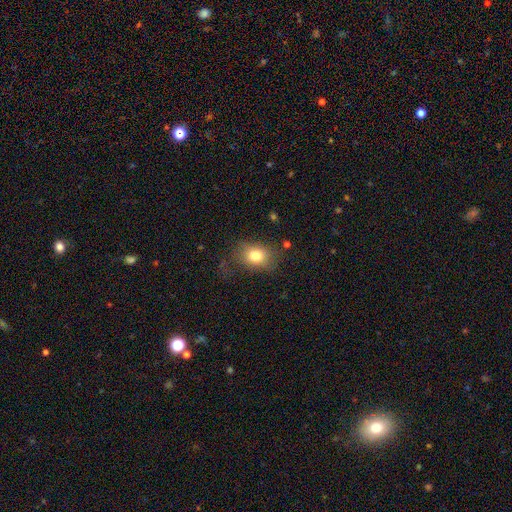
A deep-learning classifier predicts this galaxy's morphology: A smooth galaxy with no disk features (78%) that is in between round and cigar-shaped (61%). Merging: none (63%).